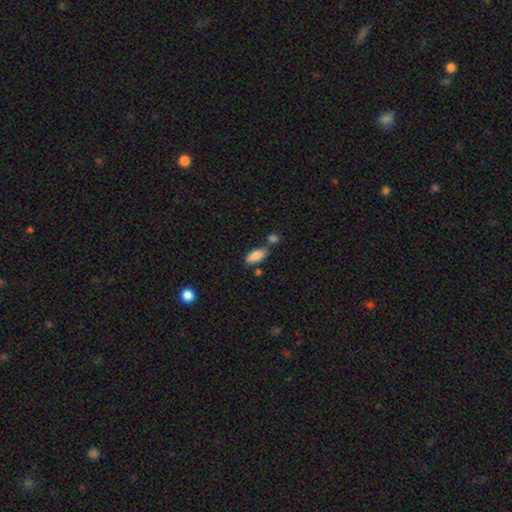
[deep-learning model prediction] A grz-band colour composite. It shows a smooth galaxy with no disk features (87%) that is in between round and cigar-shaped (85%). Merging: none (56%).